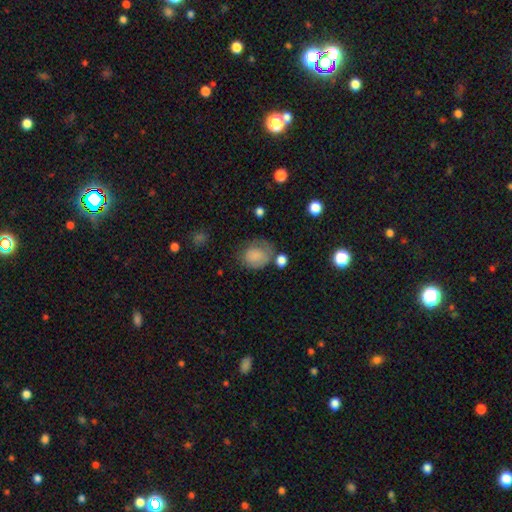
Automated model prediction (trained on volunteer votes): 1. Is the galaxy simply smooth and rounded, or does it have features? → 77% smooth, 14% featured or disk, 9% star or artifact.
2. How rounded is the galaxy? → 61% round, 38% in between, 1% cigar-shaped.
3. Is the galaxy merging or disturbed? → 42% none, 29% minor disturbance, 22% major disturbance, 7% merger.